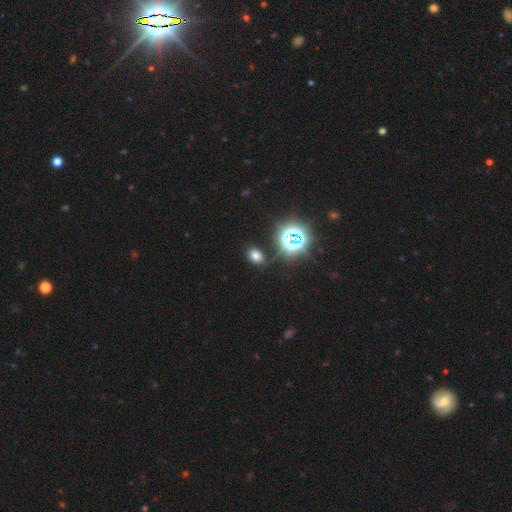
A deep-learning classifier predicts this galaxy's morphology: A smooth galaxy with no disk features (64%) that is in between round and cigar-shaped (75%). Merging: none (82%).